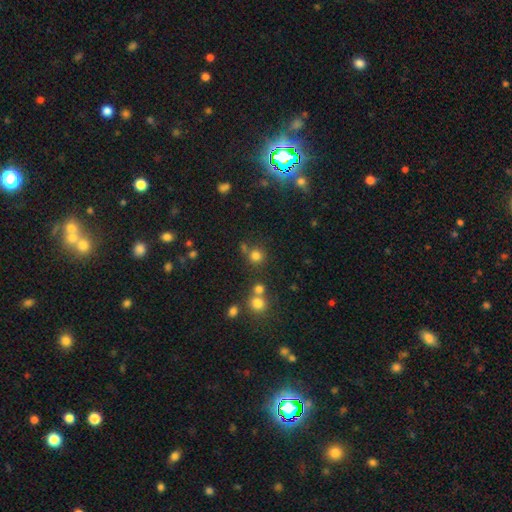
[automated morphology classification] This is likely a smooth galaxy (76%). How rounded: clearly round (91%). Merging: likely none (71%).